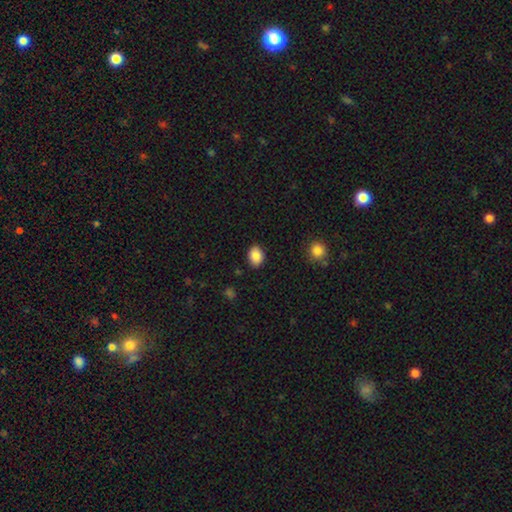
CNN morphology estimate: A smooth galaxy with no disk features (87%) that is in between round and cigar-shaped (68%).

Vote fractions:
- Smooth or featured? smooth: 87% / star or artifact: 8% / featured or disk: 5%
- How rounded? in between: 68% / round: 31% / cigar-shaped: 1%
- Merging? none: 88% / minor disturbance: 9% / major disturbance: 2% / merger: 1%